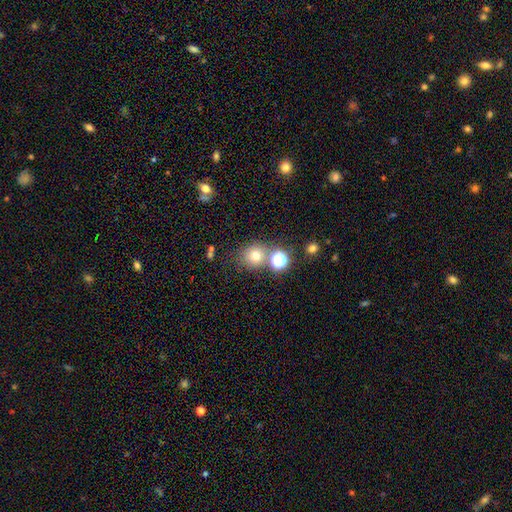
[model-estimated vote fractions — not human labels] Smooth or featured: smooth — 71% (star or artifact — 19%)
How rounded: round — 84% (in between — 15%)
Merging: none — 68% (merger — 17%)